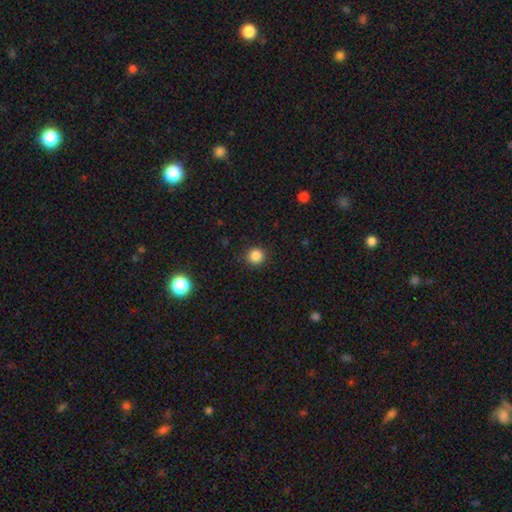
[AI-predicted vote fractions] A smooth galaxy with no disk features (85%) that is round (94%). Merging: none (91%).